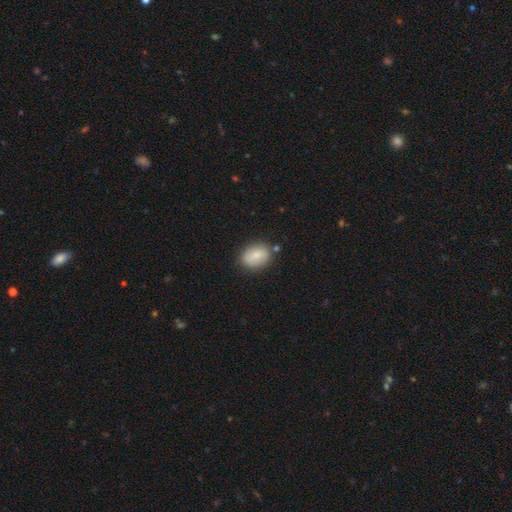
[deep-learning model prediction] A smooth galaxy with no disk features (81%) that is in between round and cigar-shaped (73%). Merging: none (80%).